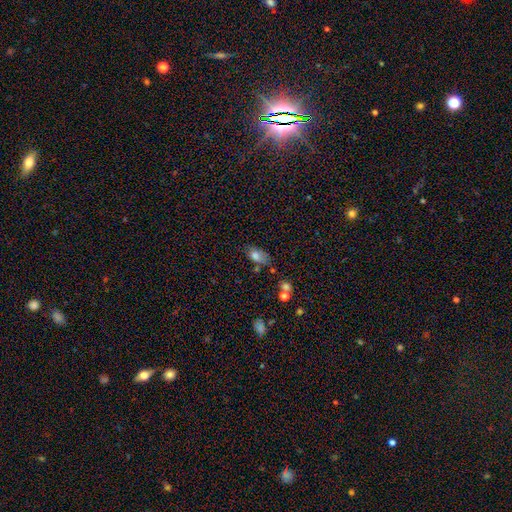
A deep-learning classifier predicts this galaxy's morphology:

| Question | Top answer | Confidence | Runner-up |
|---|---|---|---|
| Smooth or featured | smooth | 77% | featured or disk (13%) |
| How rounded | in between | 88% | round (9%) |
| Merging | none | 53% | minor disturbance (28%) |